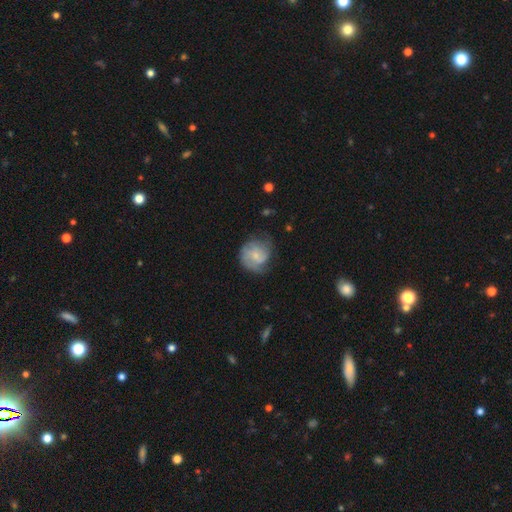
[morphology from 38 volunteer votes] type=featured or disk (68%); edge-on=no (100%); bar=no (54%); spiral arms=yes (81%); winding=tight (52%); arm count=2 (57%); bulge=small (58%); merging=none (66%).